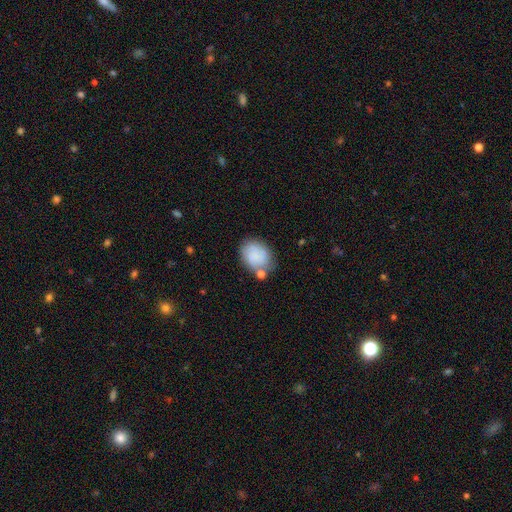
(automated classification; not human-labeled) The model was most divided on "how rounded": in between: 63%, round: 36%, cigar-shaped: 1%. More confident: smooth or featured — smooth (70%); merging — none (59%).